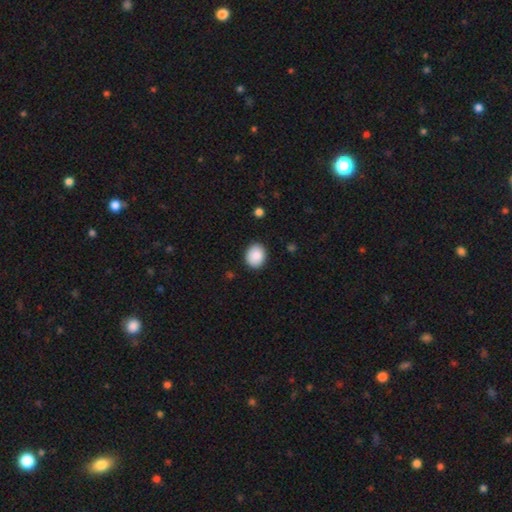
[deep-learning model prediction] Smooth or featured: smooth — 88% (star or artifact — 8%)
How rounded: round — 62% (in between — 38%)
Merging: none — 88% (minor disturbance — 9%)